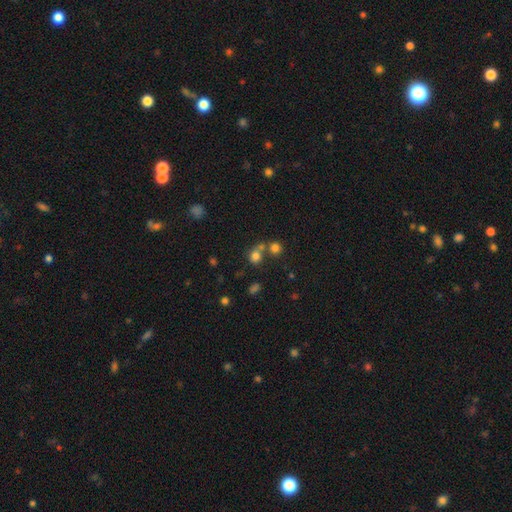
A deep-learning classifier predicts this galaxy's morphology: The model was most divided on "merging": none: 47%, merger: 40%, minor disturbance: 8%, major disturbance: 4%. More confident: how rounded — round (79%); smooth or featured — smooth (74%).